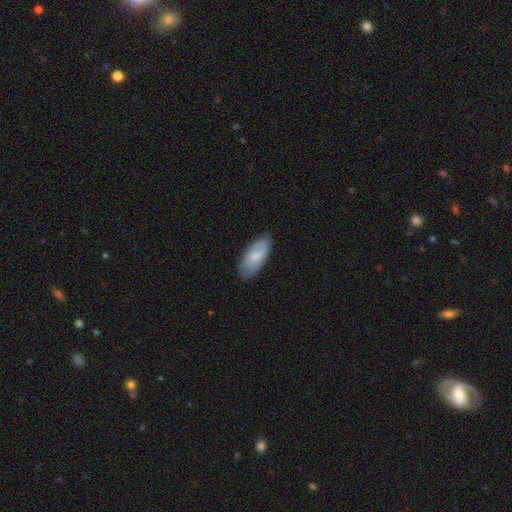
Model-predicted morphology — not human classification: Q: Smooth or featured?
A: smooth (73%); runner-up: featured or disk (21%)
Q: How rounded?
A: in between (87%); runner-up: cigar-shaped (11%)
Q: Merging?
A: none (79%); runner-up: minor disturbance (17%)